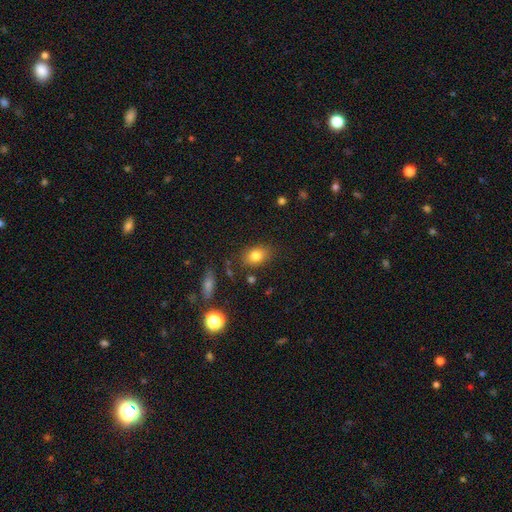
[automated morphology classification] The model was most divided on "how rounded": in between: 74%, round: 25%, cigar-shaped: 2%. More confident: smooth or featured — smooth (80%); merging — none (80%).